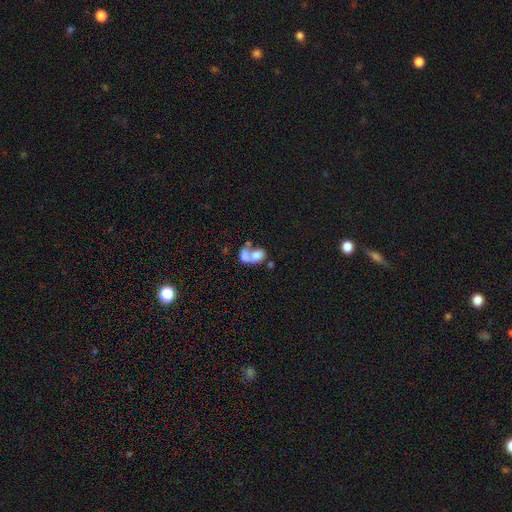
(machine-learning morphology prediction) Smooth or featured: smooth — 66% (featured or disk — 25%)
How rounded: in between — 79% (round — 19%)
Merging: merger — 68% (none — 15%)